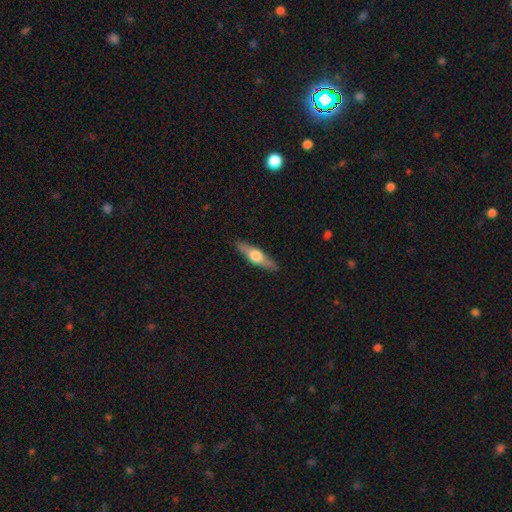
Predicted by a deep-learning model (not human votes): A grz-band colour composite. It shows a featured or disk galaxy (55%) viewed edge-on (92%) with a rounded central bulge (94%). Merging: none (89%).